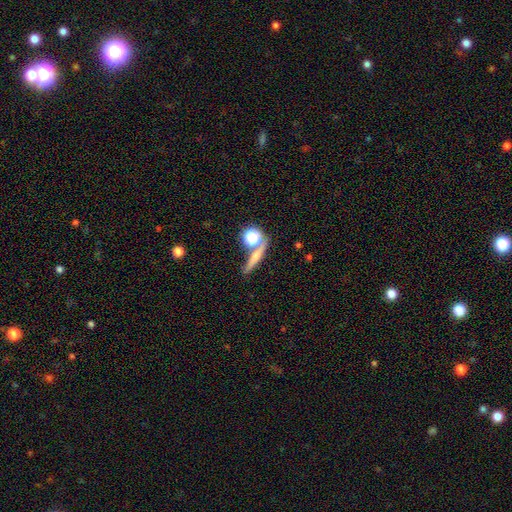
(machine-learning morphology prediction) Smooth or featured?
  - smooth: 45% *
  - featured or disk: 40%
  - star or artifact: 14%
Merging?
  - none: 70% *
  - merger: 16%
  - minor disturbance: 10%
  - major disturbance: 4%